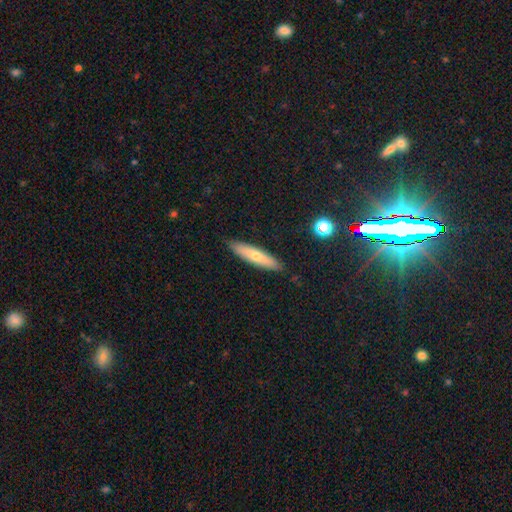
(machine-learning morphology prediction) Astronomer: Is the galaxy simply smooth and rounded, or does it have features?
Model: smooth — 59% (runner-up: featured or disk, 34%).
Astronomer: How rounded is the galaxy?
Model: cigar-shaped — 81%.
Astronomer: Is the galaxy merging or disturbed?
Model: none — 88%.